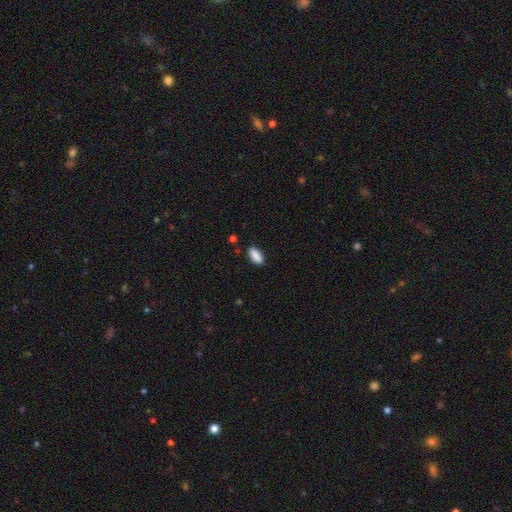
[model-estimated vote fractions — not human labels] Smooth or featured?
  - smooth: 90% *
  - star or artifact: 7%
  - featured or disk: 3%
How rounded?
  - in between: 86% *
  - cigar-shaped: 12%
  - round: 2%
Merging?
  - none: 87% *
  - minor disturbance: 10%
  - major disturbance: 2%
  - merger: 2%